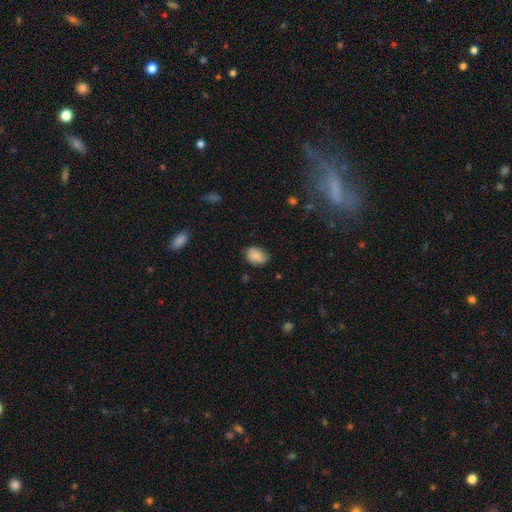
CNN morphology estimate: Smooth or featured?
  - smooth: 78% *
  - featured or disk: 14%
  - star or artifact: 8%
How rounded?
  - in between: 75% *
  - round: 24%
  - cigar-shaped: 1%
Merging?
  - none: 71% *
  - minor disturbance: 23%
  - major disturbance: 5%
  - merger: 2%